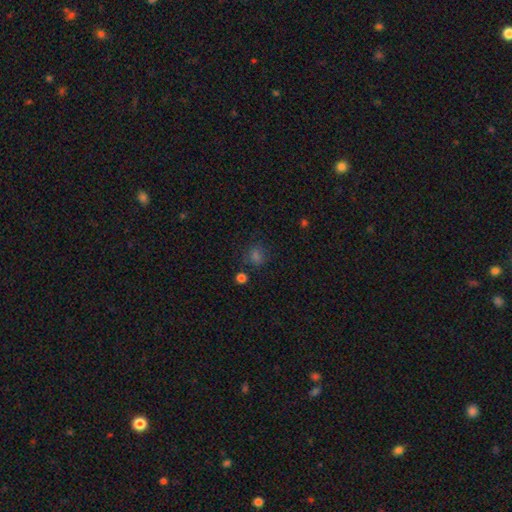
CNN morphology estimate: A smooth galaxy with no disk features (62%) that is round (77%). Merging: none (78%).